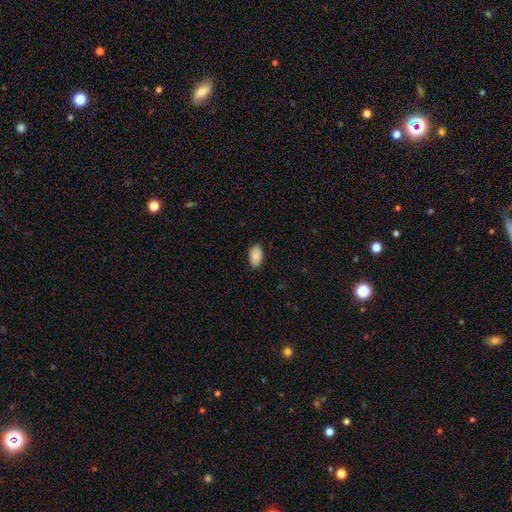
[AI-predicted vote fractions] Smooth or featured? smooth (89%)
How rounded? in between (95%)
Merging? none (85%)